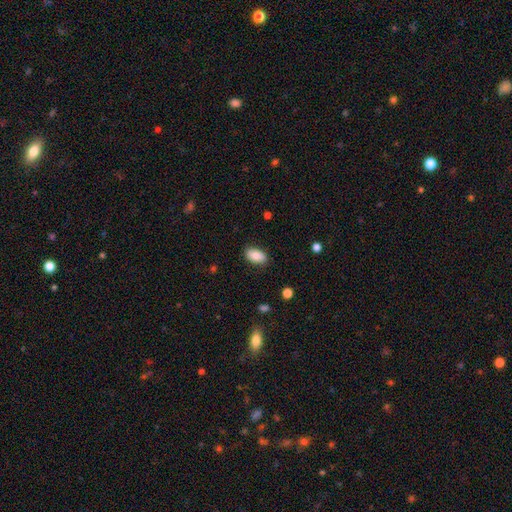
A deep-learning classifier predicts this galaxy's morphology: smooth_or_featured: smooth (p=0.85) [alt: featured or disk p=0.08]
how_rounded: in between (p=0.93) [alt: round p=0.05]
merging: none (p=0.86) [alt: minor disturbance p=0.11]